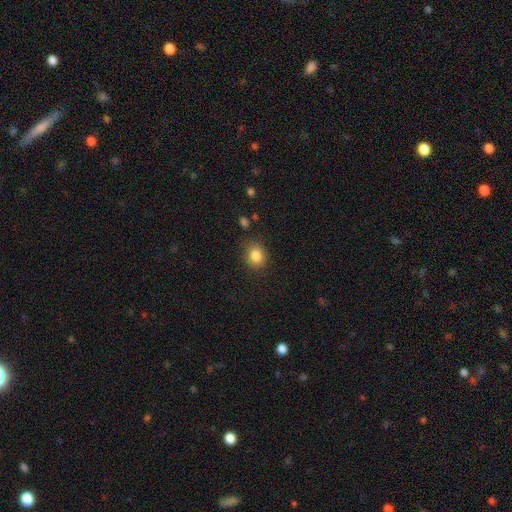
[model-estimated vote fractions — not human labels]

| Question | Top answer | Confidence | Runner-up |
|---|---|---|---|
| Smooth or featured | smooth | 84% | star or artifact (10%) |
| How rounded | round | 67% | in between (32%) |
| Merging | none | 85% | minor disturbance (11%) |